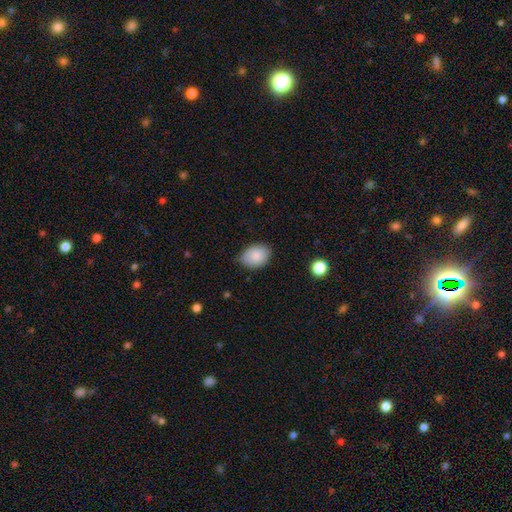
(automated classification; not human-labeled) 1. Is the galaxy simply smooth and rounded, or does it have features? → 87% smooth, 7% star or artifact, 6% featured or disk.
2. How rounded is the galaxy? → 73% in between, 26% round, 1% cigar-shaped.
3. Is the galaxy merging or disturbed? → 73% none, 22% minor disturbance, 3% major disturbance, 1% merger.